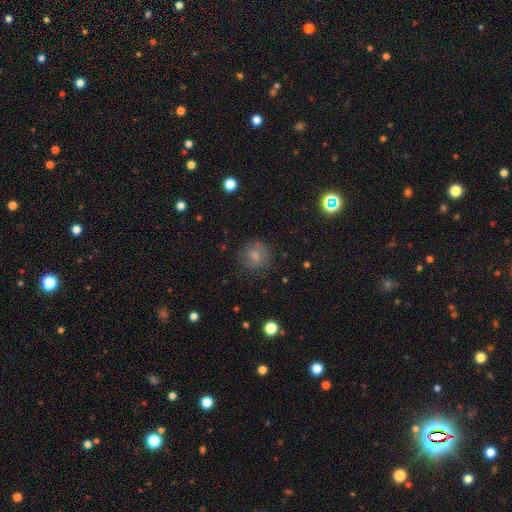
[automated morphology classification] A smooth galaxy with no disk features (73%) that is round (82%). Merging: none (75%).